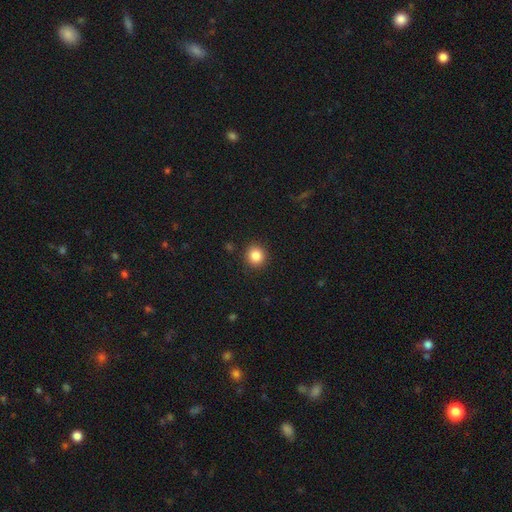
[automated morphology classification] Smooth or featured? Predicted: smooth (p=0.86). How rounded? Predicted: round (p=0.90). Merging? Predicted: none (p=0.91).